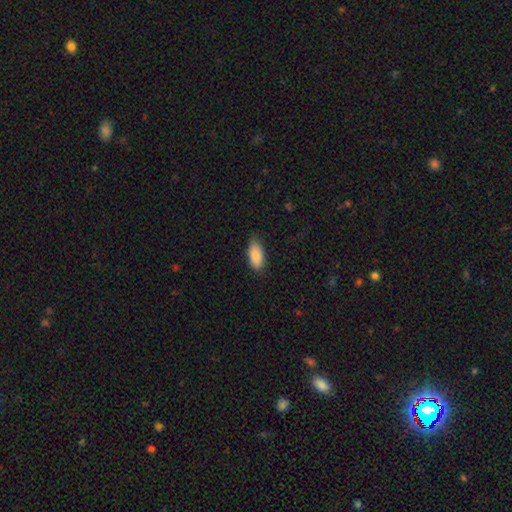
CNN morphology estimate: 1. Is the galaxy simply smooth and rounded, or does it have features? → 89% smooth, 6% star or artifact, 5% featured or disk.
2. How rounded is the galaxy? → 89% in between, 9% cigar-shaped, 2% round.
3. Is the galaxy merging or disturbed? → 76% none, 20% minor disturbance, 3% major disturbance, 1% merger.